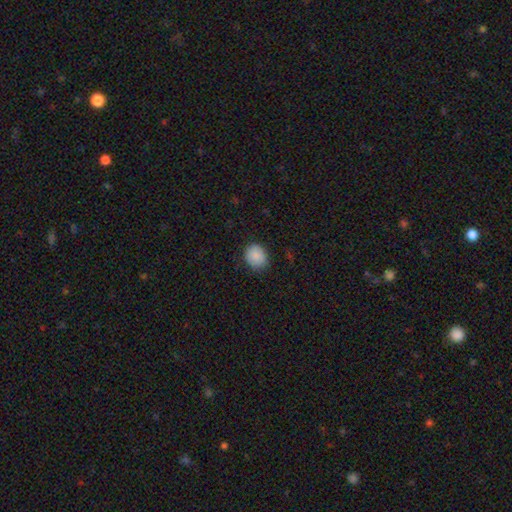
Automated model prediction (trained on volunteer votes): This appears to be a smooth galaxy with no disk features (88%) that is round (60%). Merging: none (83%).